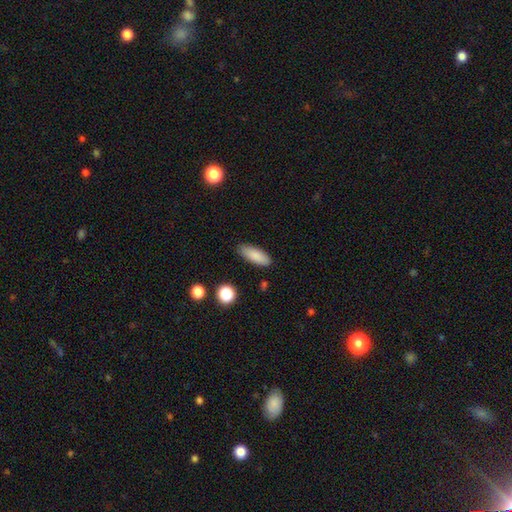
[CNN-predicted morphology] type=smooth (86%); roundness=in between (70%); merging=none (86%).